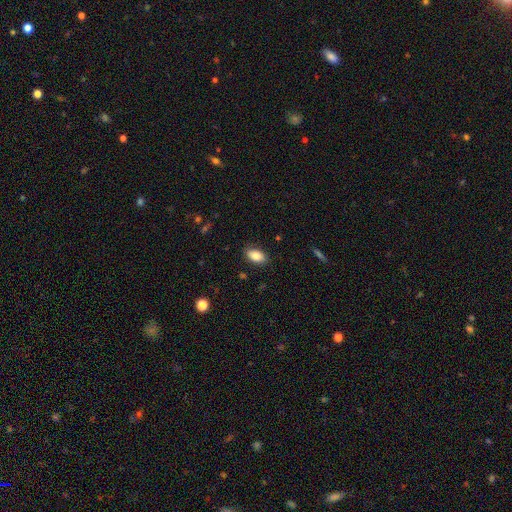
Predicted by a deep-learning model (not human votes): Smooth or featured: smooth — 84% (featured or disk — 8%)
How rounded: in between — 92% (round — 5%)
Merging: none — 86% (minor disturbance — 11%)